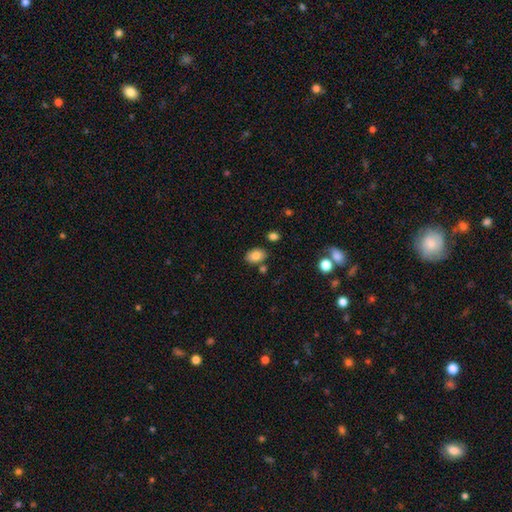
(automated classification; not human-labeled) smooth_or_featured: smooth (p=0.82) [alt: featured or disk p=0.09]
how_rounded: in between (p=0.86) [alt: round p=0.13]
merging: none (p=0.78) [alt: minor disturbance p=0.12]